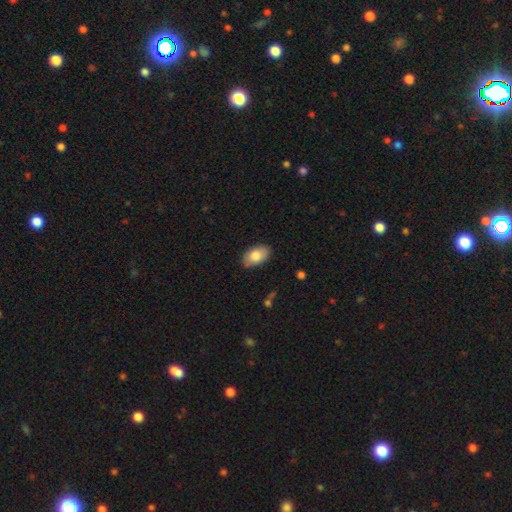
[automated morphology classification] smooth 80%, featured or disk 13%, star or artifact 7%. Down the decision tree: how rounded — in between (92%); merging — none (84%).